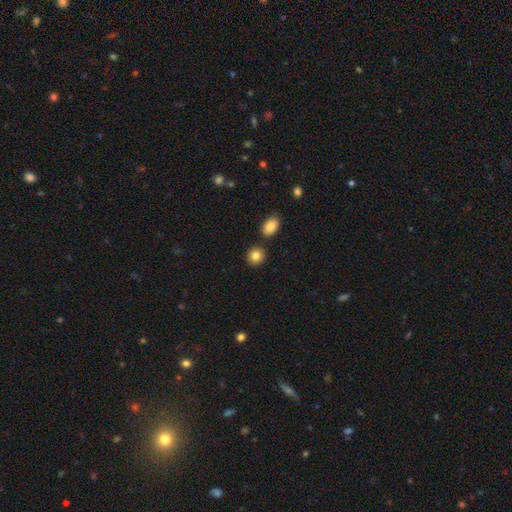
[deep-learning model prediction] smooth_or_featured: smooth (p=0.84) [alt: star or artifact p=0.09]
how_rounded: round (p=0.79) [alt: in between p=0.20]
merging: none (p=0.83) [alt: minor disturbance p=0.08]